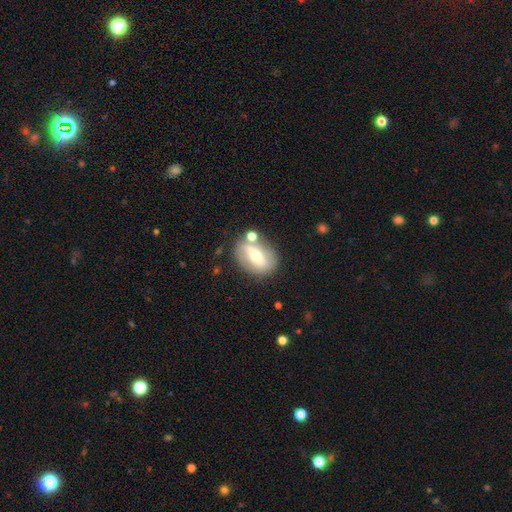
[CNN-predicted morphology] Overall: featured or disk (57%; smooth 36%). Edge-on disk: no (89%). Bar: strong (42%; weak 29%). Spiral arms: no (50%, tied with yes). Bulge size: moderate (57%; small 36%). Merging: none (70%).